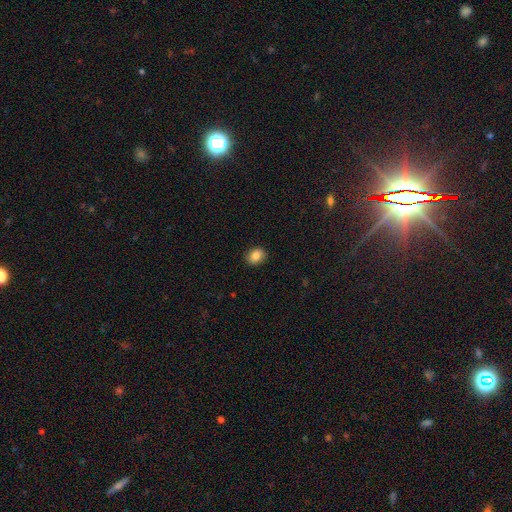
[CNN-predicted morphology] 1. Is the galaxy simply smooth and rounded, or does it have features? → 84% smooth, 9% star or artifact, 7% featured or disk.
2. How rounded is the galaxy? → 53% round, 46% in between, 1% cigar-shaped.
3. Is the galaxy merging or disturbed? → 89% none, 8% minor disturbance, 2% major disturbance, 1% merger.